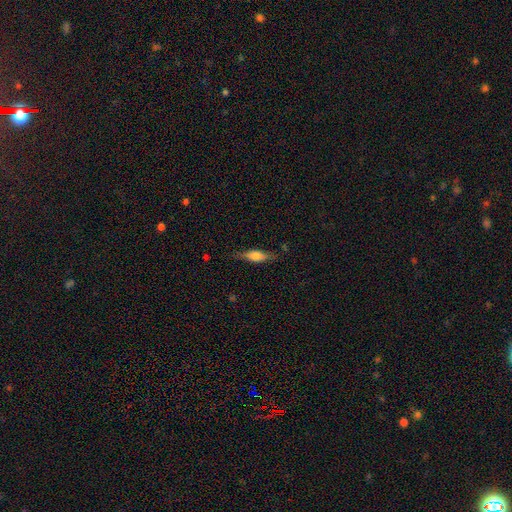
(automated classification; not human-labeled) Smooth or featured: smooth — 56% (featured or disk — 37%)
How rounded: cigar-shaped — 50% (in between — 48%)
Merging: none — 78% (minor disturbance — 16%)